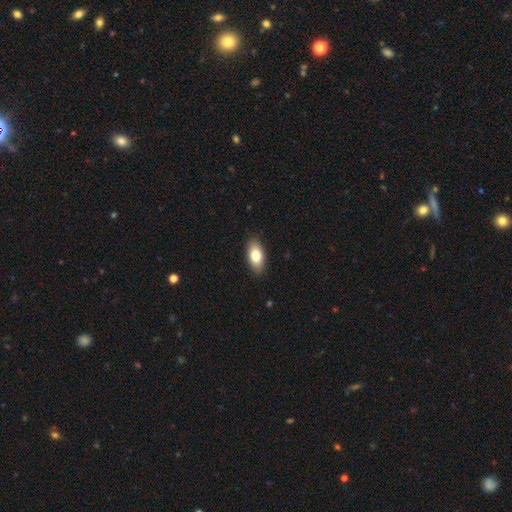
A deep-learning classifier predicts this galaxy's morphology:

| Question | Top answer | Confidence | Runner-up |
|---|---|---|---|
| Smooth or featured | smooth | 79% | featured or disk (15%) |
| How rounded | in between | 91% | cigar-shaped (6%) |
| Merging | none | 89% | minor disturbance (8%) |